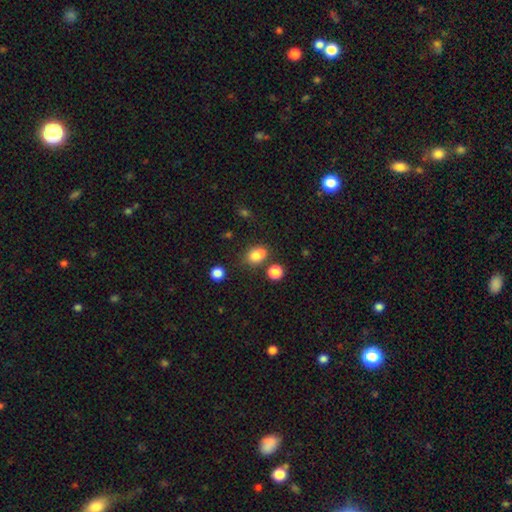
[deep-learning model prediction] Smooth or featured?
  - smooth: 79% *
  - star or artifact: 13%
  - featured or disk: 8%
How rounded?
  - in between: 61% *
  - round: 37%
  - cigar-shaped: 2%
Merging?
  - none: 53% *
  - merger: 24%
  - minor disturbance: 17%
  - major disturbance: 6%